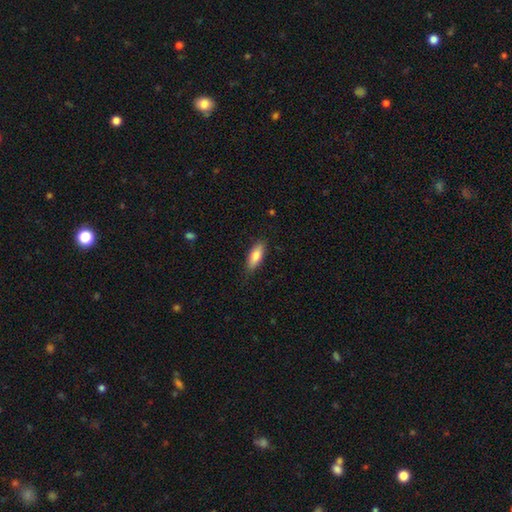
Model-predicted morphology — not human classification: type=smooth (80%); roundness=in between (68%); merging=none (82%).